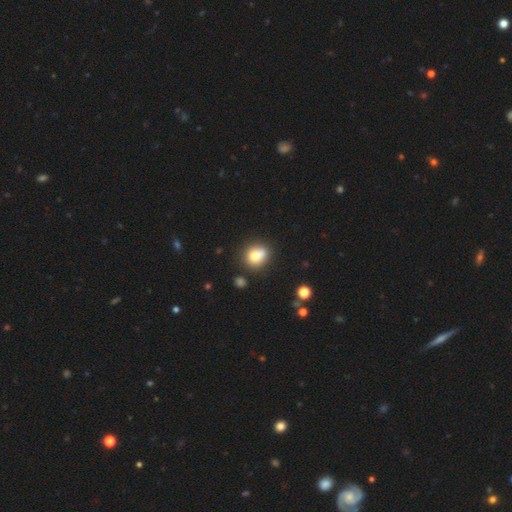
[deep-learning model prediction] Smooth or featured? Predicted: smooth (p=0.76). How rounded? Predicted: round (p=0.69). Merging? Predicted: none (p=0.59).